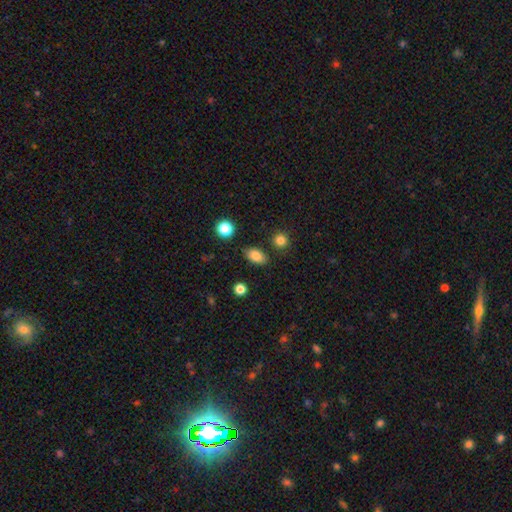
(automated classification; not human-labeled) smooth 84%, star or artifact 10%, featured or disk 7%. Down the decision tree: how rounded — in between (85%); merging — none (85%).